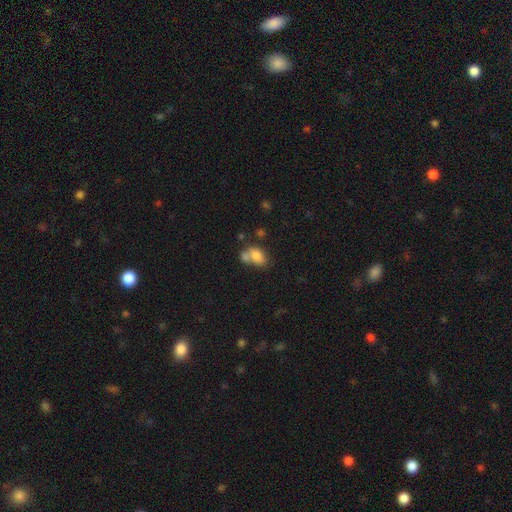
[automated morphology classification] Q: Smooth or featured?
A: smooth (78%); runner-up: featured or disk (12%)
Q: How rounded?
A: in between (82%); runner-up: round (16%)
Q: Merging?
A: merger (50%); runner-up: none (31%)